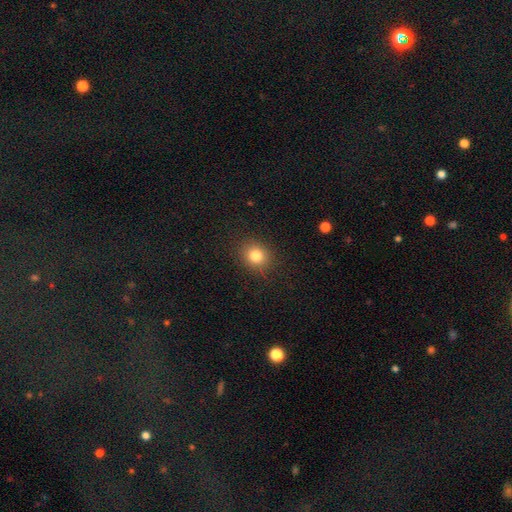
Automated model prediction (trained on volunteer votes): smooth 81%, star or artifact 12%, featured or disk 7%. Down the decision tree: how rounded — round (76%); merging — none (88%).